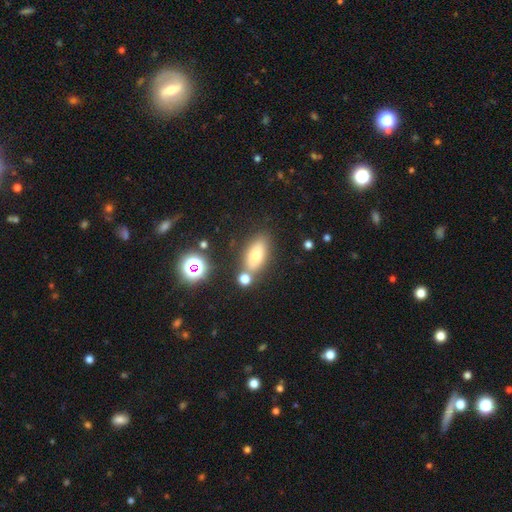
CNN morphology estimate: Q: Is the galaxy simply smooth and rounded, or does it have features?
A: smooth — 69%.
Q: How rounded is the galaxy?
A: in between — 79%.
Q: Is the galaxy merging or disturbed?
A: none — 71%.